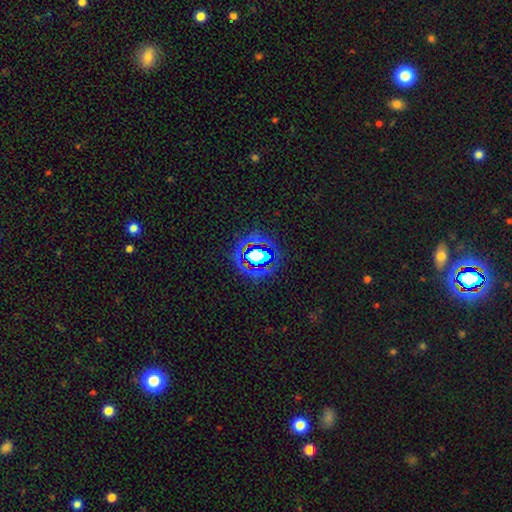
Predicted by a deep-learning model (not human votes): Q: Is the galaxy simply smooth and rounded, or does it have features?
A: star or artifact — 63%.